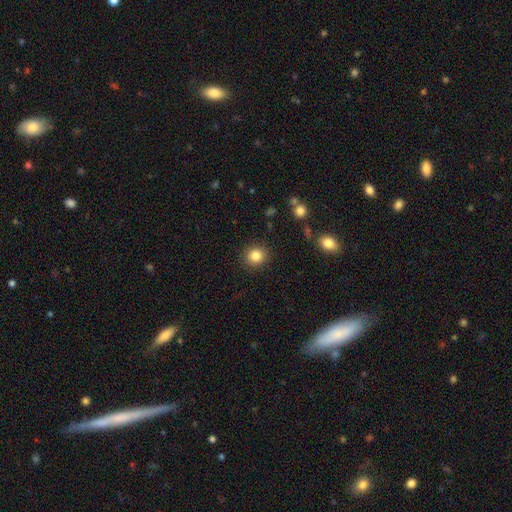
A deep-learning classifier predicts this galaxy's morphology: smooth_or_featured: smooth (p=0.84) [alt: star or artifact p=0.11]
how_rounded: round (p=0.89) [alt: in between p=0.11]
merging: none (p=0.90) [alt: minor disturbance p=0.06]